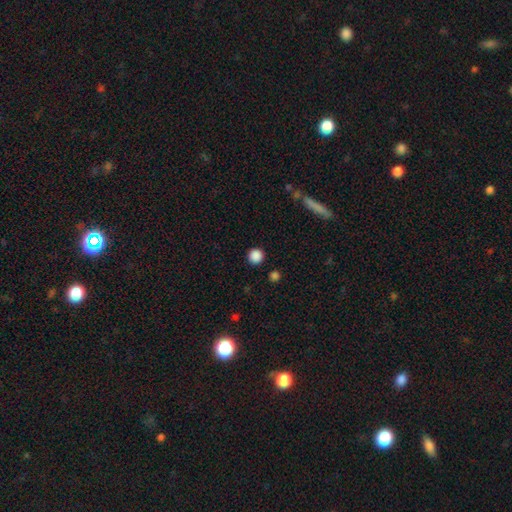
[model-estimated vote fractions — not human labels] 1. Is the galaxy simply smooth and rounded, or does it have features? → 87% smooth, 11% star or artifact, 3% featured or disk.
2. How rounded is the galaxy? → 96% round, 3% in between, 1% cigar-shaped.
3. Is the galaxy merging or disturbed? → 92% none, 5% minor disturbance, 2% major disturbance, 2% merger.